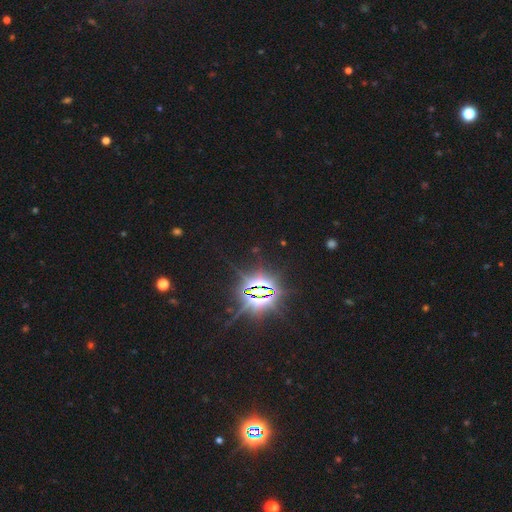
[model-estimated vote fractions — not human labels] smooth_or_featured: star or artifact (p=0.87) [alt: smooth p=0.07]